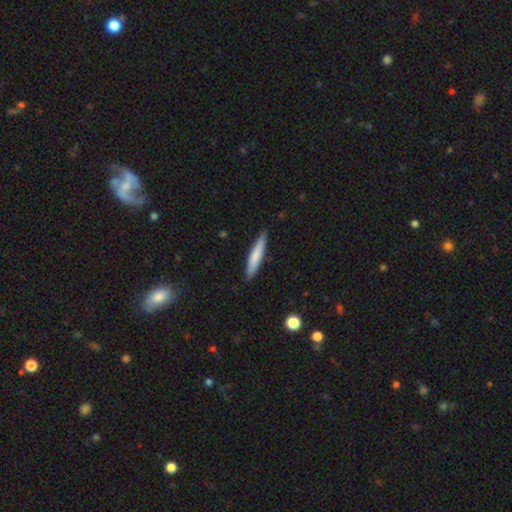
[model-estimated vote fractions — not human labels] Smooth or featured: smooth — 75% (featured or disk — 20%)
How rounded: cigar-shaped — 91% (in between — 8%)
Merging: none — 89% (minor disturbance — 9%)